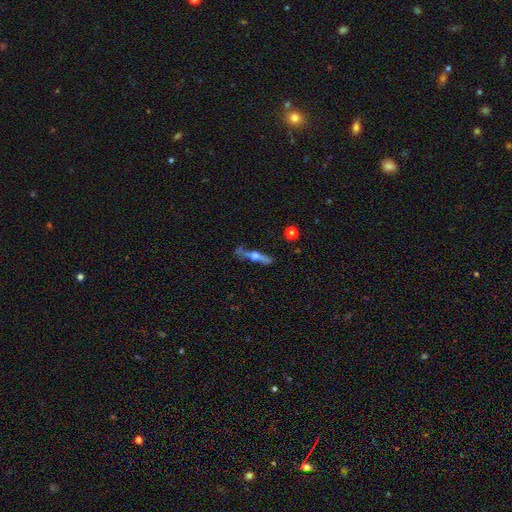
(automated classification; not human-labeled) Morphology: type=featured or disk (61%); edge-on=yes (82%); edge-on bulge=rounded (89%); merging=none (59%).